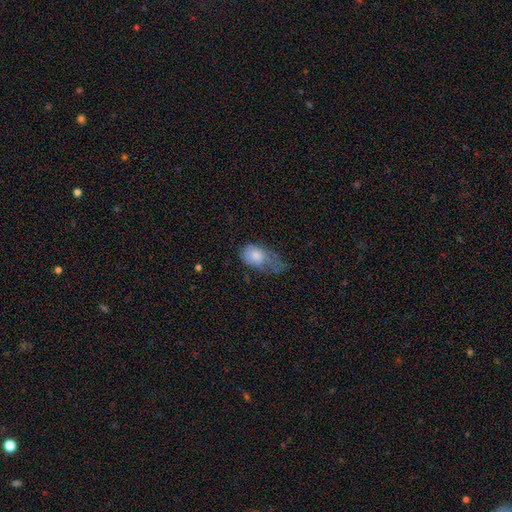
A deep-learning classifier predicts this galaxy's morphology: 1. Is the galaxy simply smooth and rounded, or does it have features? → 74% smooth, 19% featured or disk, 7% star or artifact.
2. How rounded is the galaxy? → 86% in between, 12% round, 2% cigar-shaped.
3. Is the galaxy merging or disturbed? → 51% major disturbance, 32% minor disturbance, 14% none, 3% merger.